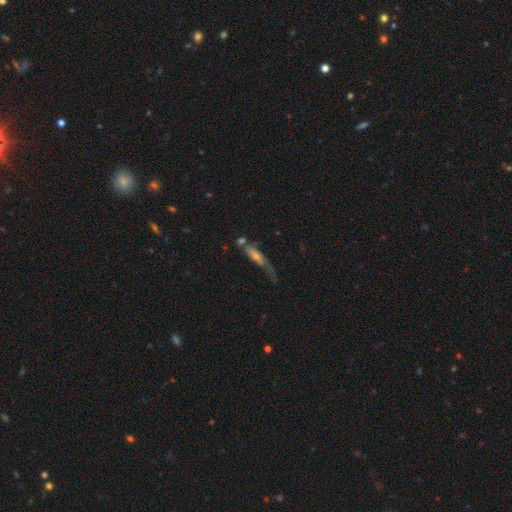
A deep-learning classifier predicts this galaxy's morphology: Smooth or featured? featured or disk (54%)
Edge-on disk? yes (52%)
Merging? none (36%)